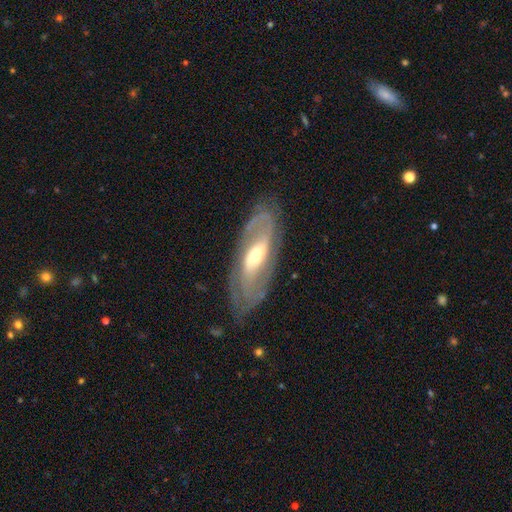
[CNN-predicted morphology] A featured or disk galaxy (79%) with a weak bar (39%), 2 (72%) medium (41%) spiral arms (86%) and a moderate central bulge (57%).

Vote fractions:
- Smooth or featured? featured or disk: 79% / smooth: 15% / star or artifact: 6%
- Edge-on disk? no: 88% / yes: 12%
- Bar? weak: 39% / no: 30% / strong: 30%
- Spiral arms? yes: 86% / no: 14%
- Spiral winding? medium: 41% / tight: 31% / loose: 28%
- Spiral arm count? 2: 72% / can't tell: 17% / 1: 4% / 3: 3% / 4: 2% / more than 4: 2%
- Bulge size? moderate: 57% / small: 34% / large: 7% / dominant: 1% / none: 1%
- Merging? none: 74% / minor disturbance: 16% / major disturbance: 8% / merger: 2%